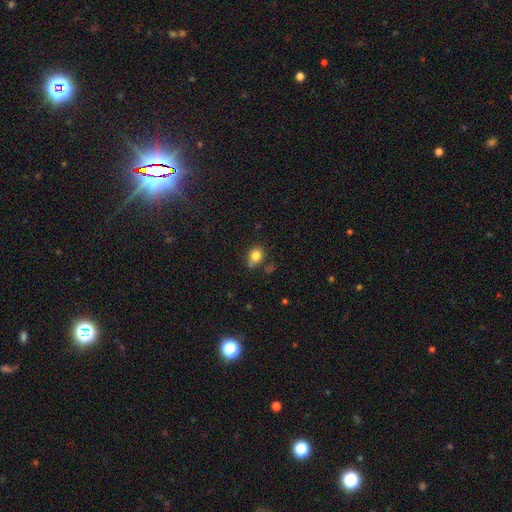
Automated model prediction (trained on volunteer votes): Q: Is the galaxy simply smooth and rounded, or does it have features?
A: smooth — 82%.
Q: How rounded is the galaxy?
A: round — 71%.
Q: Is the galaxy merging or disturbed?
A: none — 64%.